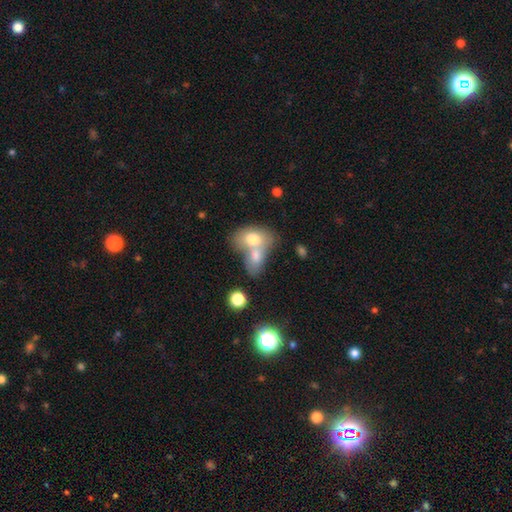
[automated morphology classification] Smooth or featured? smooth (71%)
How rounded? in between (81%)
Merging? merger (70%)